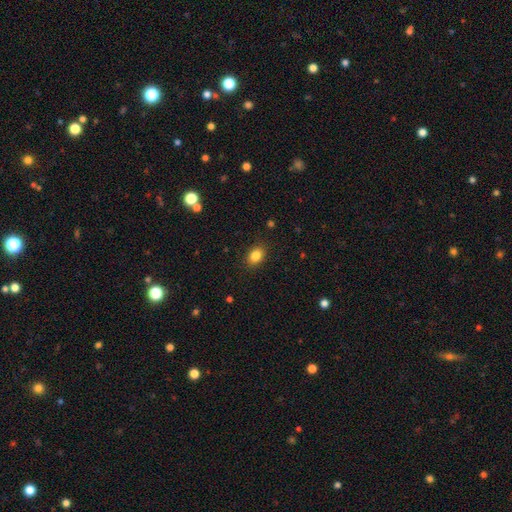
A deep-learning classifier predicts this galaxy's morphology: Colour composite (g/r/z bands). It shows a smooth galaxy with no disk features (84%) that is in between round and cigar-shaped (71%). Merging: none (88%).